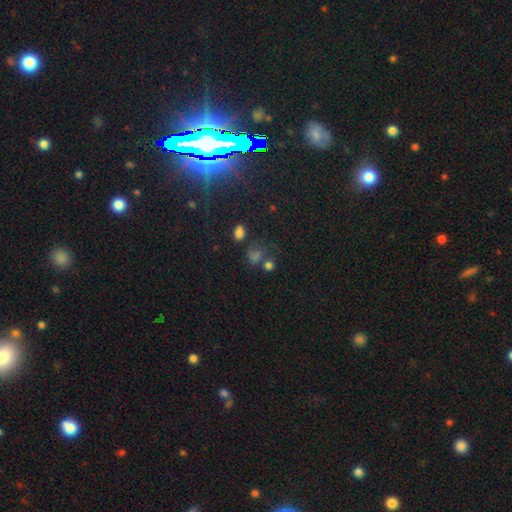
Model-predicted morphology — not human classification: Overall: smooth (45%; star or artifact 44%). Merging: none (58%).